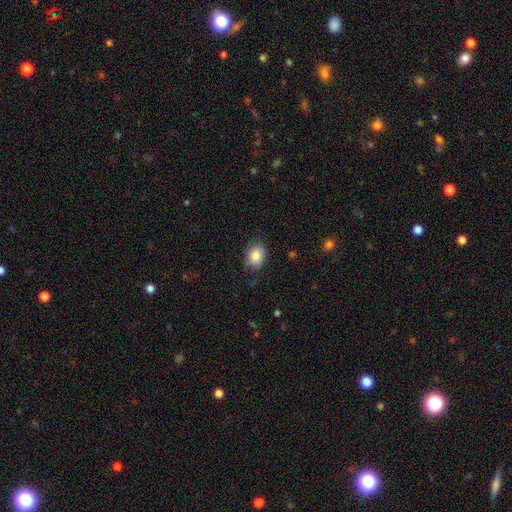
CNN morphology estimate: smooth 86%, star or artifact 8%, featured or disk 6%. Down the decision tree: how rounded — in between (69%); merging — none (79%).